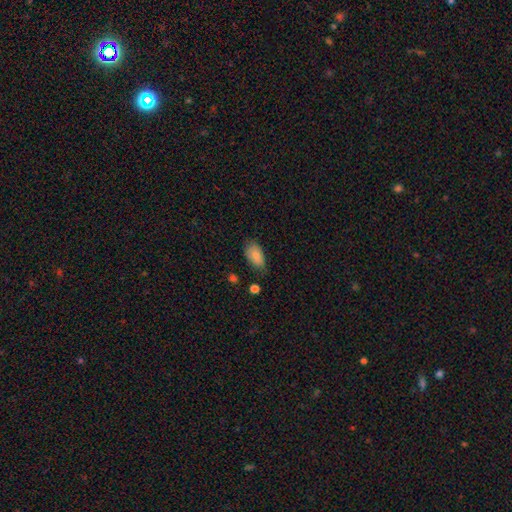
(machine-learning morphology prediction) Smooth or featured?
  - smooth: 82% *
  - featured or disk: 10%
  - star or artifact: 7%
How rounded?
  - in between: 93% *
  - round: 5%
  - cigar-shaped: 2%
Merging?
  - none: 64% *
  - minor disturbance: 29%
  - major disturbance: 6%
  - merger: 2%